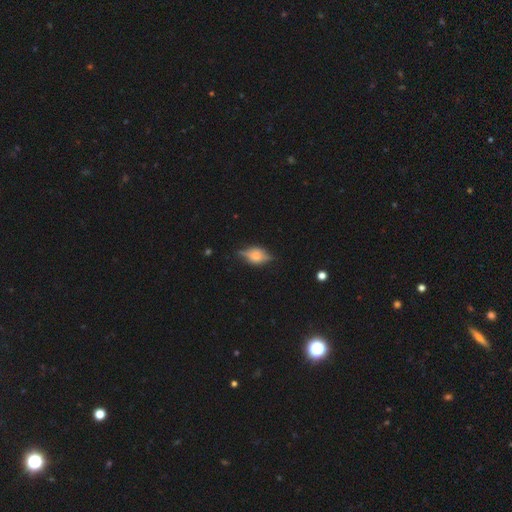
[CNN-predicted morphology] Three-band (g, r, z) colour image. It shows a featured or disk galaxy (60%) viewed edge-on (91%) with a rounded central bulge (86%). Merging: none (72%).